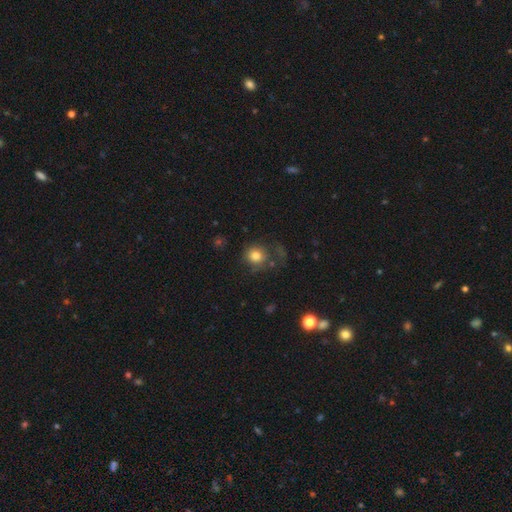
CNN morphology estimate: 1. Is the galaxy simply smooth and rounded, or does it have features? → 79% smooth, 11% star or artifact, 10% featured or disk.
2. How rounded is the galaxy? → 84% round, 15% in between, 1% cigar-shaped.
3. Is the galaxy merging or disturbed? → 56% none, 20% minor disturbance, 18% major disturbance, 6% merger.